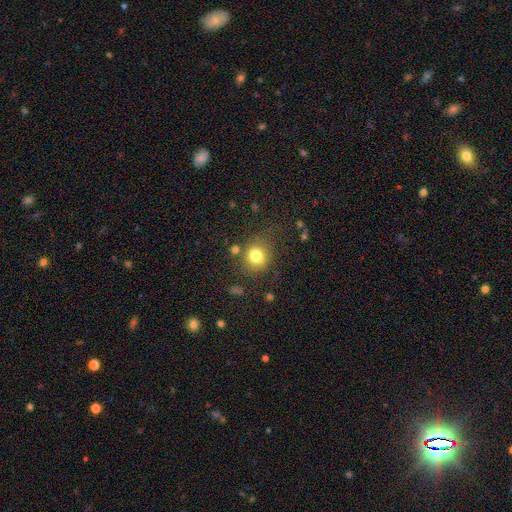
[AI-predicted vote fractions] Morphology: type=smooth (79%); roundness=round (76%); merging=none (74%).